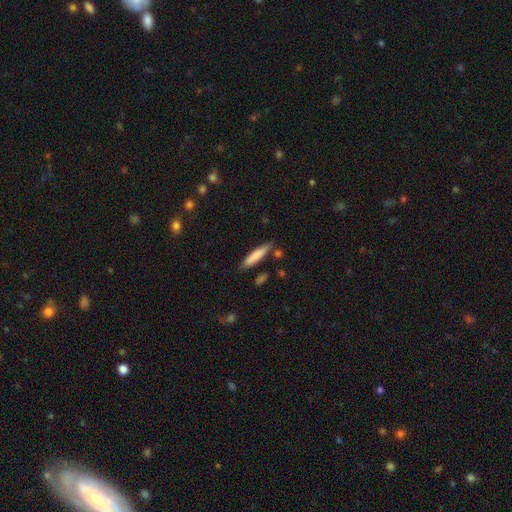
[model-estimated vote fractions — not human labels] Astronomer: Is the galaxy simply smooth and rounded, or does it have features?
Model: smooth — 78%.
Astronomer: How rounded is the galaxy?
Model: cigar-shaped — 85%.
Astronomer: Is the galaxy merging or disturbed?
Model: none — 80%.